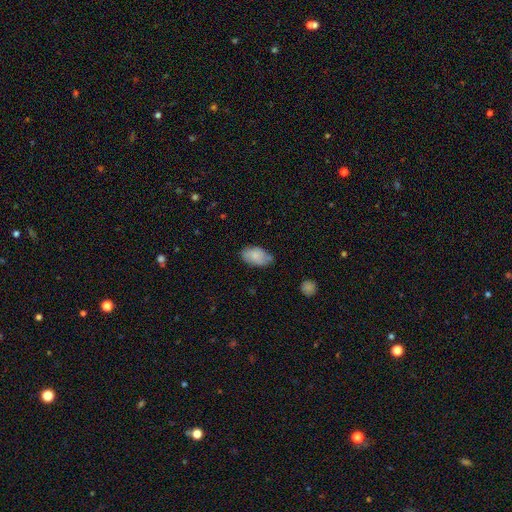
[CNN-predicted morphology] smooth_or_featured: smooth (p=0.80) [alt: featured or disk p=0.13]
how_rounded: in between (p=0.93) [alt: round p=0.05]
merging: none (p=0.61) [alt: minor disturbance p=0.31]